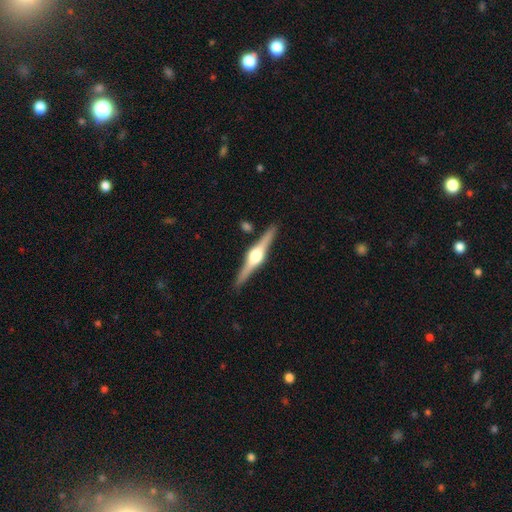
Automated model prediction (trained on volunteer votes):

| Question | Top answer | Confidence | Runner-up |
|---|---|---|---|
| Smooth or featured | featured or disk | 84% | smooth (11%) |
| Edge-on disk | yes | 98% | no (2%) |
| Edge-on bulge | rounded | 94% | boxy (5%) |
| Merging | none | 89% | minor disturbance (7%) |